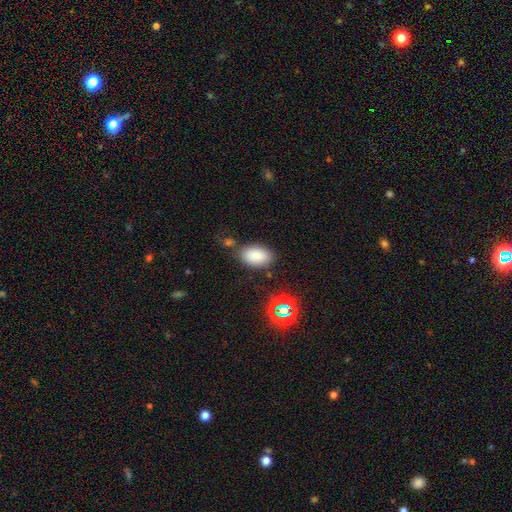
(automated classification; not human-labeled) smooth 84%, star or artifact 10%, featured or disk 5%. Down the decision tree: how rounded — in between (92%); merging — none (76%).